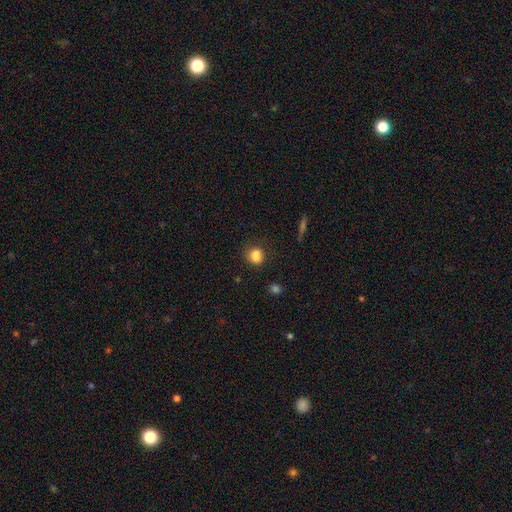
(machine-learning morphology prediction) The model was most divided on "how rounded": round: 61%, in between: 38%, cigar-shaped: 2%. More confident: smooth or featured — smooth (83%); merging — none (66%).